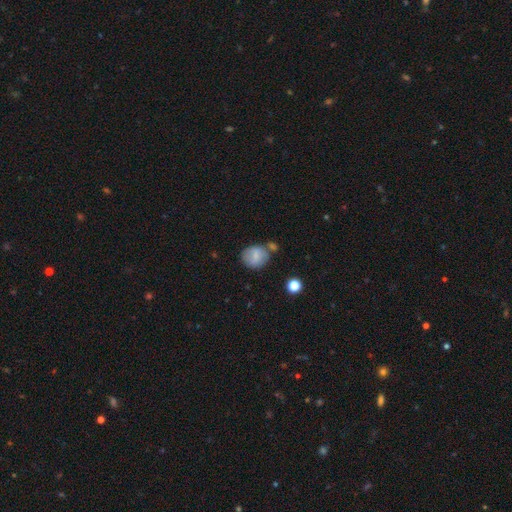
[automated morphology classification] smooth_or_featured: smooth (p=0.75) [alt: featured or disk p=0.16]
how_rounded: round (p=0.65) [alt: in between p=0.34]
merging: none (p=0.54) [alt: minor disturbance p=0.21]